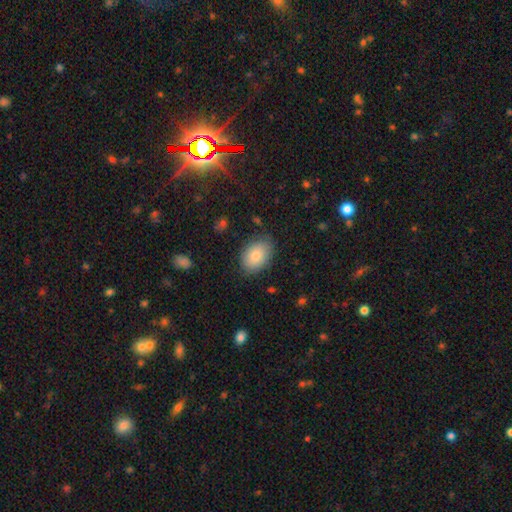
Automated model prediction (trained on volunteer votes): A smooth galaxy with no disk features (84%) that is in between round and cigar-shaped (85%). Merging: none (81%).